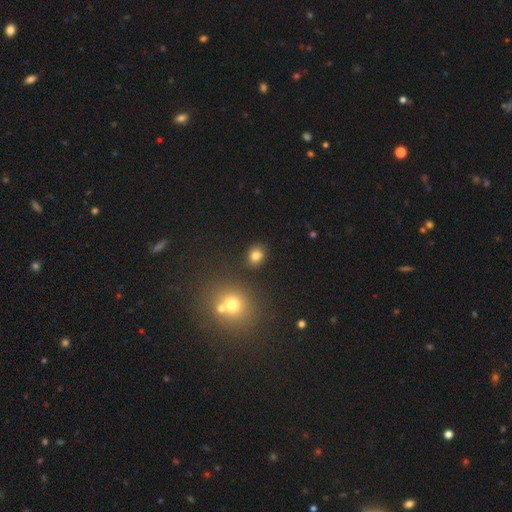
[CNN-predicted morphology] Smooth or featured: smooth — 80% (star or artifact — 14%)
How rounded: round — 64% (in between — 35%)
Merging: none — 85% (minor disturbance — 8%)